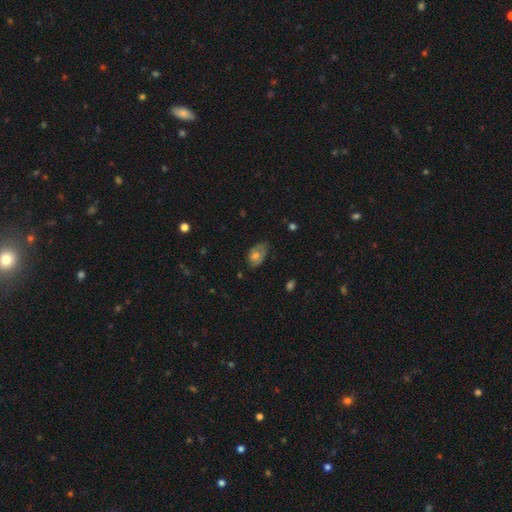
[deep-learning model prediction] smooth 62%, featured or disk 30%, star or artifact 9%. Down the decision tree: how rounded — in between (86%); merging — none (51%).